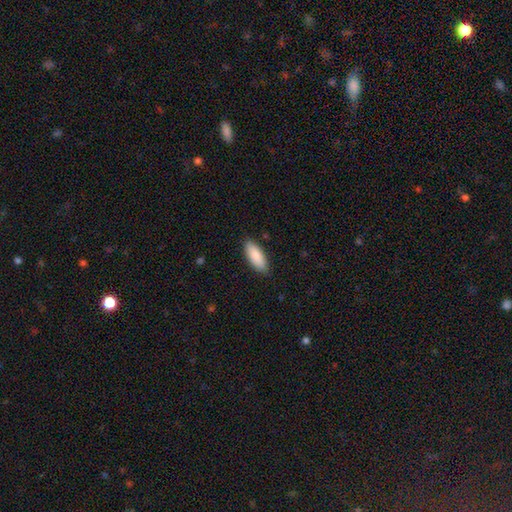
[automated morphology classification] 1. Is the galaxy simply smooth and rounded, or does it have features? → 89% smooth, 6% star or artifact, 5% featured or disk.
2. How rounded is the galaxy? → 73% in between, 25% cigar-shaped, 2% round.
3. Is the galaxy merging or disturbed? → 87% none, 10% minor disturbance, 2% major disturbance, 1% merger.